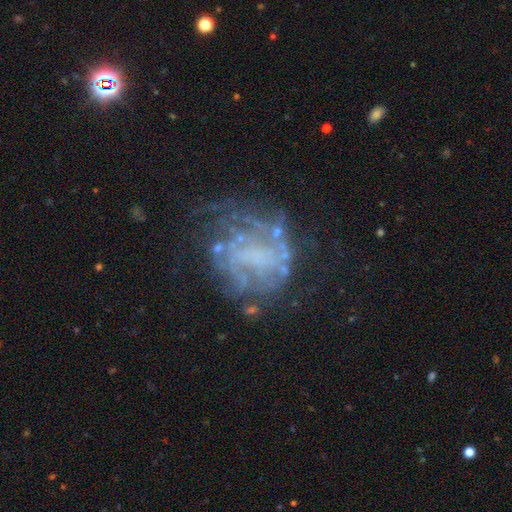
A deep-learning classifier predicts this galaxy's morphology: A featured or disk galaxy (72%) with no bar (75%), spiral arms (52%) and no central bulge (67%). Merging: none (52%).